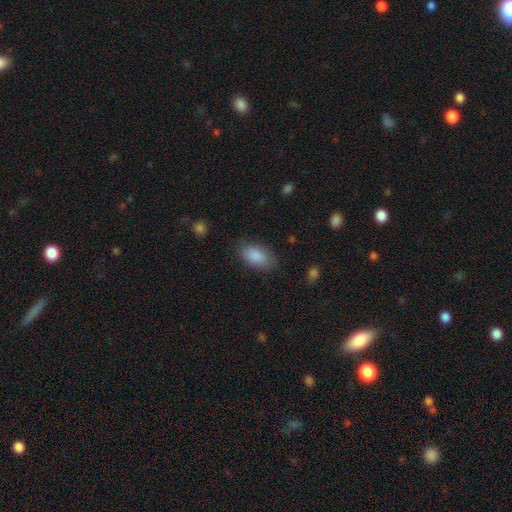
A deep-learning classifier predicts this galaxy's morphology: A smooth galaxy with no disk features (89%) that is in between round and cigar-shaped (92%).

Vote fractions:
- Smooth or featured? smooth: 89% / star or artifact: 7% / featured or disk: 4%
- How rounded? in between: 92% / round: 6% / cigar-shaped: 2%
- Merging? none: 82% / minor disturbance: 13% / major disturbance: 4% / merger: 1%